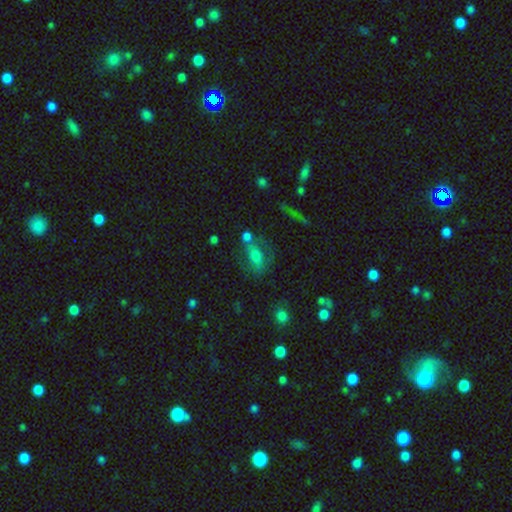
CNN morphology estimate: Q: Smooth or featured?
A: smooth (52%); runner-up: featured or disk (36%)
Q: How rounded?
A: in between (73%); runner-up: round (21%)
Q: Merging?
A: none (45%); runner-up: merger (21%)